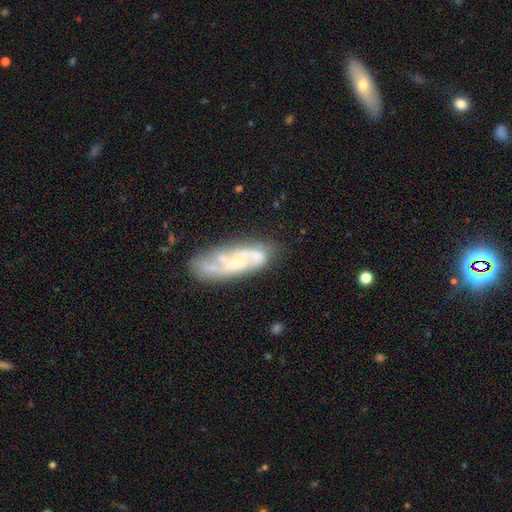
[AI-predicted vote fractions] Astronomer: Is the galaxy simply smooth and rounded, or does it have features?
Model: featured or disk — 68%.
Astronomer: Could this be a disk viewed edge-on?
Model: no — 90%.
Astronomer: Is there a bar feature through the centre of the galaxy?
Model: no — 64%.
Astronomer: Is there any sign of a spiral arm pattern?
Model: yes — 79%.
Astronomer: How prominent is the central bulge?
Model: small — 53% (runner-up: moderate, 34%).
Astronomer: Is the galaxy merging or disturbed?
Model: none — 55%.